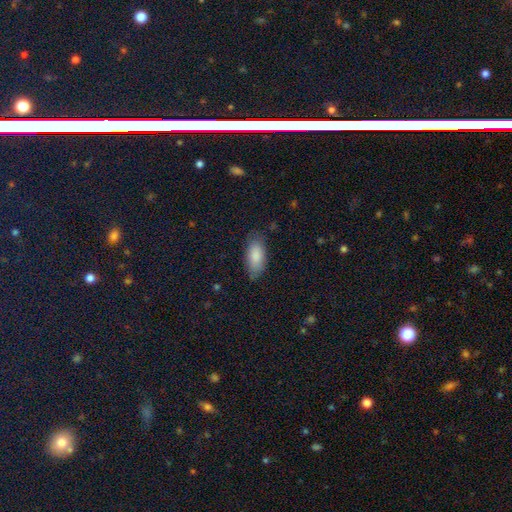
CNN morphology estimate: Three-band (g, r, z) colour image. It shows a smooth galaxy with no disk features (86%) that is in between round and cigar-shaped (89%). Merging: none (79%).